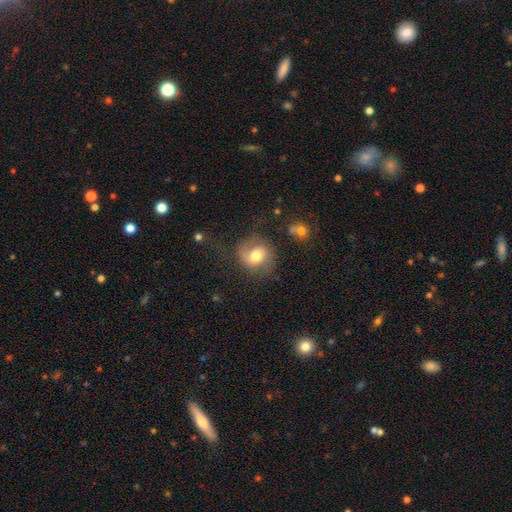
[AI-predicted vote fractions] This appears to be a smooth galaxy with no disk features (50%). Merging: none (61%).